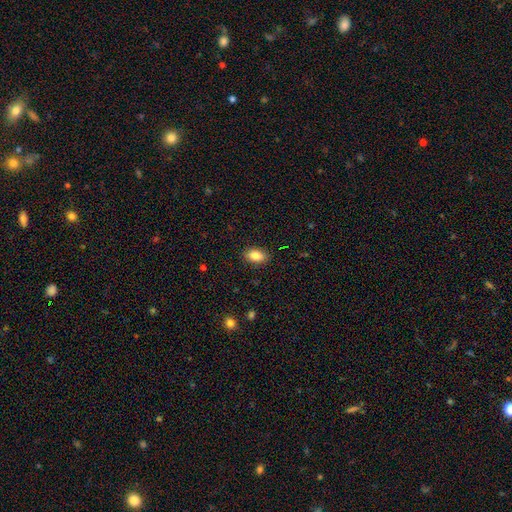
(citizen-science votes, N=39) Smooth or featured?
  - smooth: 92% *
  - star or artifact: 8%
  - featured or disk: 0%
How rounded?
  - in between: 83% *
  - round: 14%
  - cigar-shaped: 3%
Merging?
  - none: 92% *
  - minor disturbance: 6%
  - major disturbance: 3%
  - merger: 0%